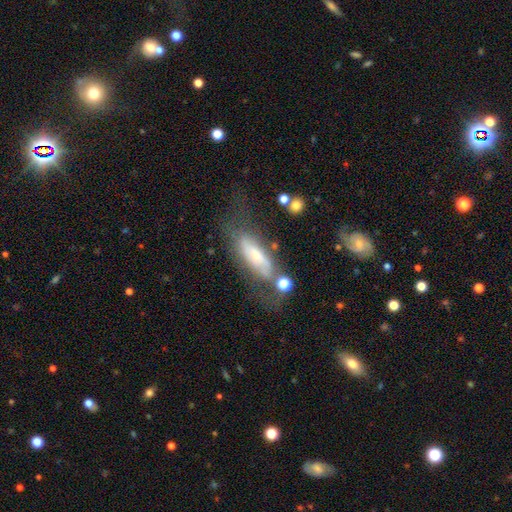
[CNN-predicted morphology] smooth_or_featured: featured or disk (p=0.56) [alt: smooth p=0.36]
disk_edge_on: no (p=0.67) [alt: yes p=0.33]
merging: none (p=0.45) [alt: minor disturbance p=0.23]